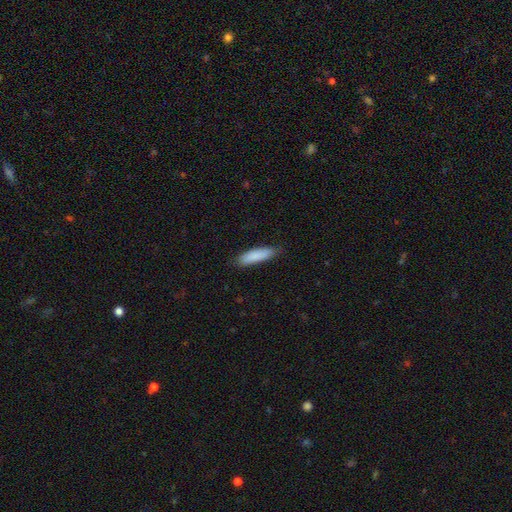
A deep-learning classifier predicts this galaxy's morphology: Smooth or featured?
  - smooth: 87% *
  - featured or disk: 7%
  - star or artifact: 5%
How rounded?
  - cigar-shaped: 71% *
  - in between: 28%
  - round: 1%
Merging?
  - none: 85% *
  - minor disturbance: 12%
  - major disturbance: 2%
  - merger: 1%